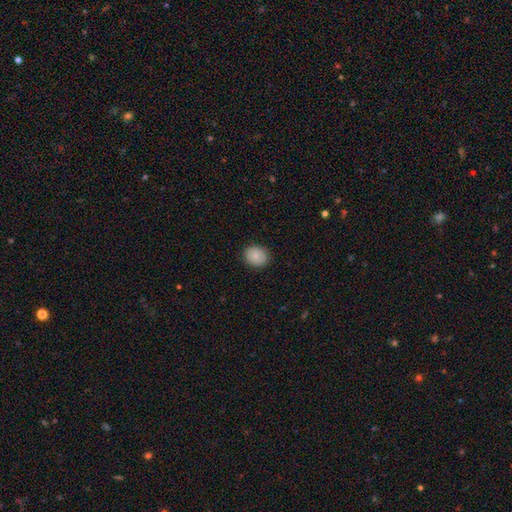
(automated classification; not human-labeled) Smooth or featured? Predicted: smooth (p=0.86). How rounded? Predicted: round (p=0.69). Merging? Predicted: none (p=0.89).